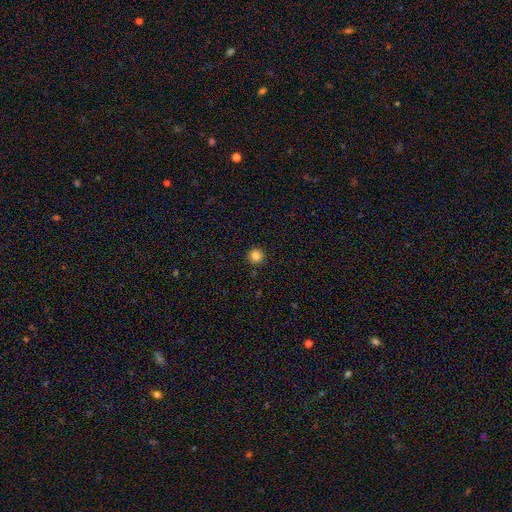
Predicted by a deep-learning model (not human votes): smooth_or_featured: smooth (p=0.84) [alt: star or artifact p=0.12]
how_rounded: round (p=0.96) [alt: in between p=0.04]
merging: none (p=0.92) [alt: minor disturbance p=0.05]